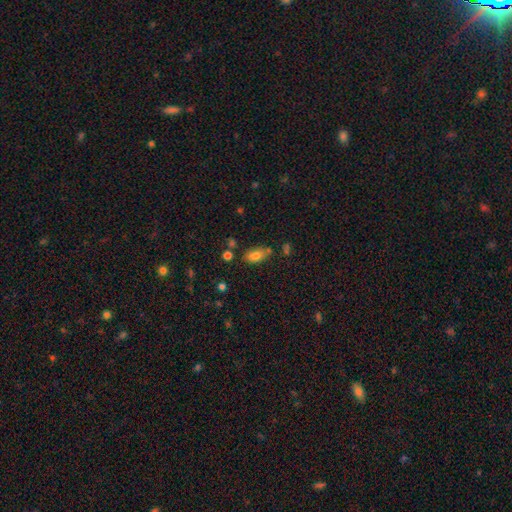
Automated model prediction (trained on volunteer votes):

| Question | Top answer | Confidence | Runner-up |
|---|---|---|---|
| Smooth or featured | smooth | 80% | star or artifact (10%) |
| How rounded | in between | 89% | round (7%) |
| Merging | none | 69% | minor disturbance (16%) |